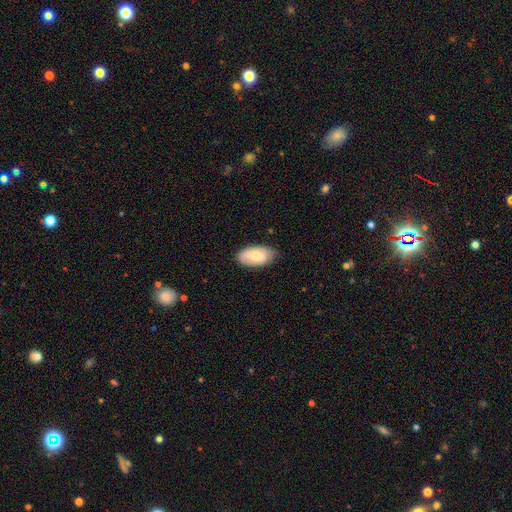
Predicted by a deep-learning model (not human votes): smooth_or_featured: smooth (p=0.69) [alt: featured or disk p=0.25]
how_rounded: in between (p=0.94) [alt: round p=0.03]
merging: none (p=0.75) [alt: minor disturbance p=0.20]